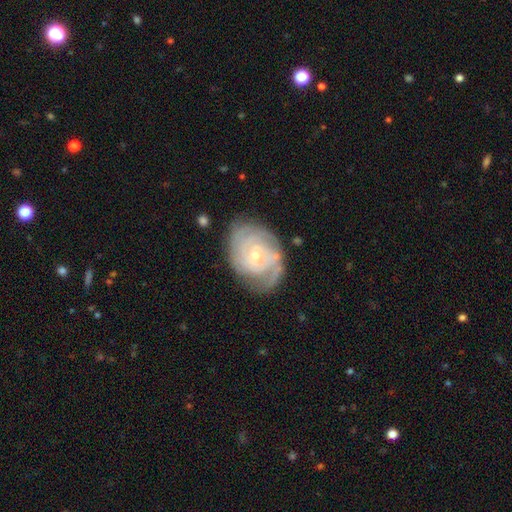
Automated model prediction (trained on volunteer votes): Smooth or featured? Predicted: featured or disk (p=0.84). Edge-on disk? Predicted: no (p=0.97). Bar? Predicted: no (p=0.59). Spiral arms? Predicted: yes (p=0.95). Spiral winding? Predicted: tight (p=0.69). Spiral arm count? Predicted: can't tell (p=0.34). Bulge size? Predicted: small (p=0.69). Merging? Predicted: none (p=0.71).